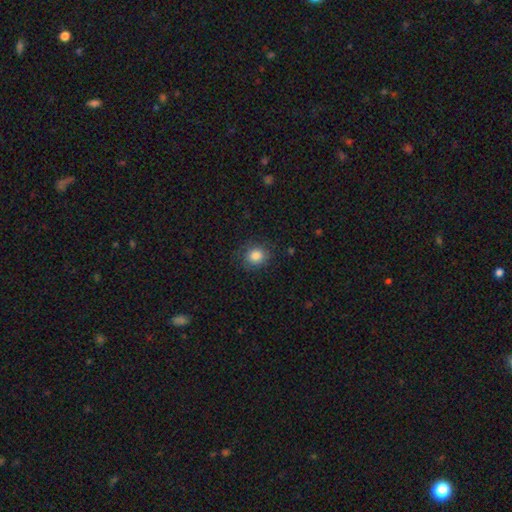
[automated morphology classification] A smooth galaxy with no disk features (85%) that is round (78%).

Vote fractions:
- Smooth or featured? smooth: 85% / star or artifact: 10% / featured or disk: 6%
- How rounded? round: 78% / in between: 21% / cigar-shaped: 1%
- Merging? none: 83% / minor disturbance: 12% / major disturbance: 4% / merger: 1%